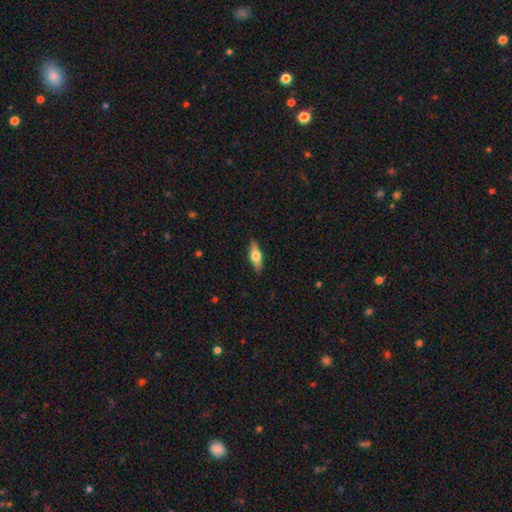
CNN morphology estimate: Smooth or featured? Predicted: smooth (p=0.54). How rounded? Predicted: in between (p=0.63). Merging? Predicted: none (p=0.87).